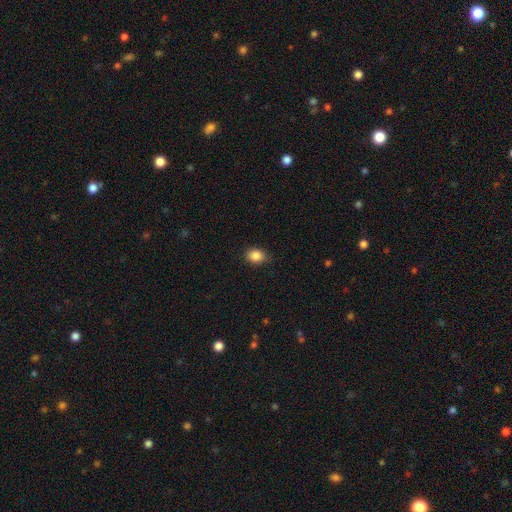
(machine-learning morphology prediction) smooth-or-featured: smooth: 86% | star or artifact: 9% | featured or disk: 4%
  how-rounded: in between: 52% | round: 47% | cigar-shaped: 1%
  merging: none: 84% | minor disturbance: 12% | major disturbance: 2% | merger: 1%